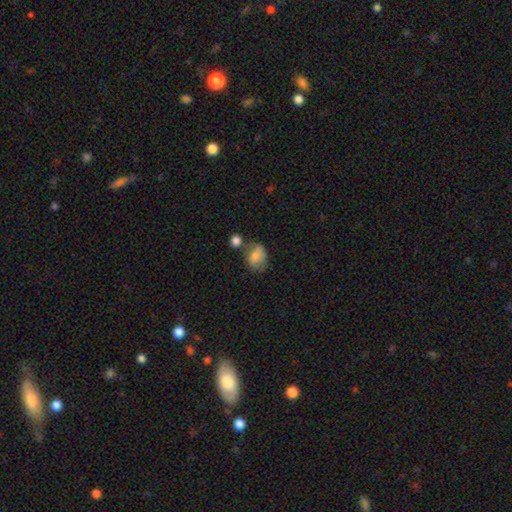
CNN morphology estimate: A smooth galaxy with no disk features (74%) that is in between round and cigar-shaped (55%).

Vote fractions:
- Smooth or featured? smooth: 74% / featured or disk: 17% / star or artifact: 8%
- How rounded? in between: 55% / round: 44% / cigar-shaped: 1%
- Merging? none: 45% / minor disturbance: 24% / merger: 22% / major disturbance: 9%